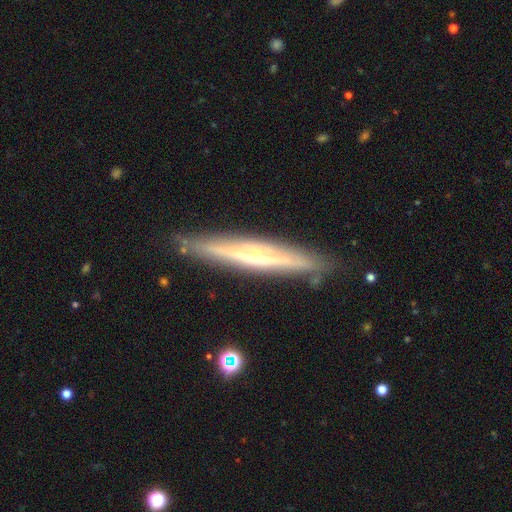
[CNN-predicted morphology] Q: Smooth or featured?
A: featured or disk (76%); runner-up: smooth (18%)
Q: Edge-on disk?
A: yes (94%); runner-up: no (6%)
Q: Edge-on bulge?
A: rounded (72%); runner-up: none (22%)
Q: Merging?
A: none (86%); runner-up: minor disturbance (10%)